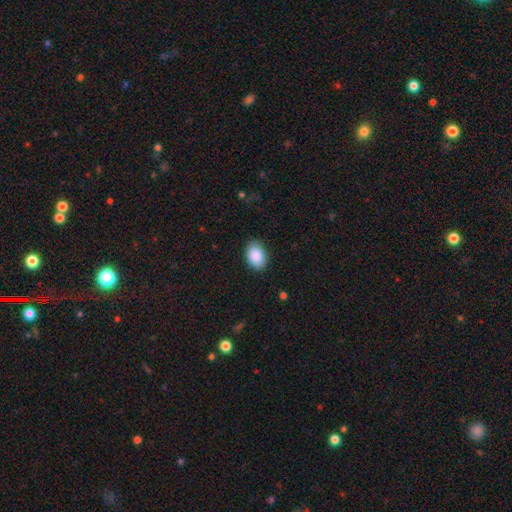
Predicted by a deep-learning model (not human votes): Smooth or featured: smooth — 90% (star or artifact — 7%)
How rounded: in between — 82% (round — 17%)
Merging: none — 85% (minor disturbance — 12%)